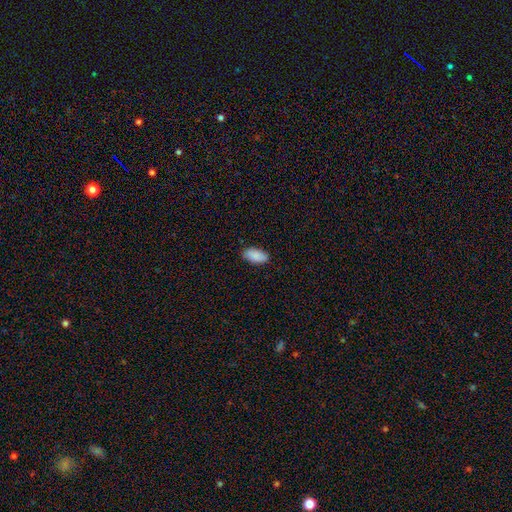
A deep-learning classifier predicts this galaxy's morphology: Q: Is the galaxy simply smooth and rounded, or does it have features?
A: smooth — 89%.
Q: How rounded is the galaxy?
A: in between — 93%.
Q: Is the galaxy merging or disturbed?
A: none — 87%.